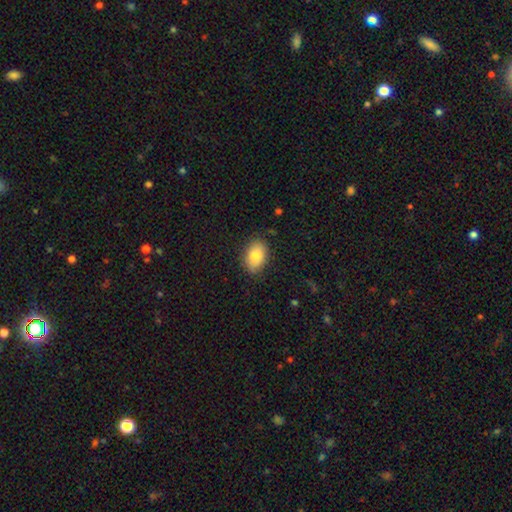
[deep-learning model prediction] smooth 86%, featured or disk 7%, star or artifact 7%. Down the decision tree: how rounded — in between (87%); merging — none (83%).